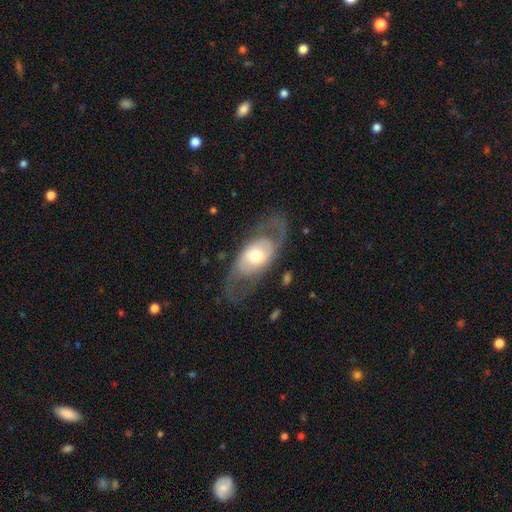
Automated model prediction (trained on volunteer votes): smooth_or_featured: featured or disk (p=0.69) [alt: smooth p=0.26]
disk_edge_on: no (p=0.88) [alt: yes p=0.12]
bar: no (p=0.68) [alt: weak p=0.23]
has_spiral_arms: yes (p=0.60) [alt: no p=0.40]
bulge_size: moderate (p=0.61) [alt: small p=0.19]
merging: none (p=0.68) [alt: minor disturbance p=0.15]